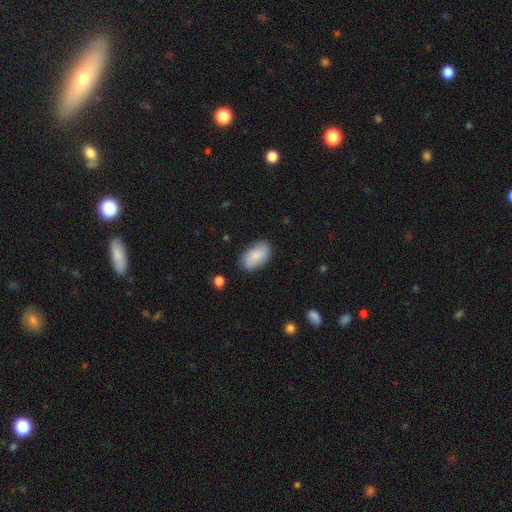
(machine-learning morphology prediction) Smooth or featured: smooth — 78% (featured or disk — 15%)
How rounded: in between — 94% (round — 4%)
Merging: none — 80% (minor disturbance — 15%)